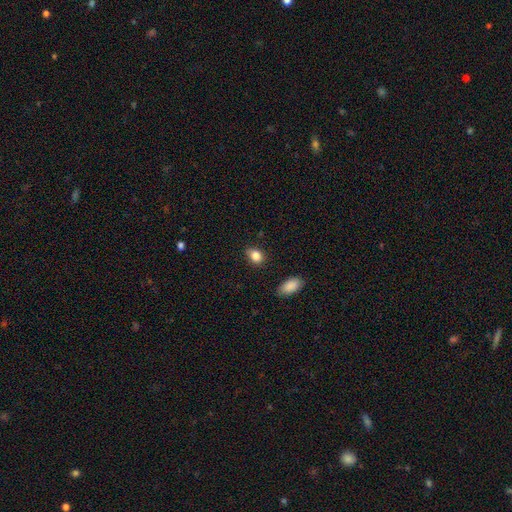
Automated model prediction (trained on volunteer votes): smooth-or-featured: smooth: 85% | star or artifact: 9% | featured or disk: 6%
  how-rounded: in between: 66% | round: 32% | cigar-shaped: 2%
  merging: none: 72% | minor disturbance: 21% | major disturbance: 4% | merger: 2%